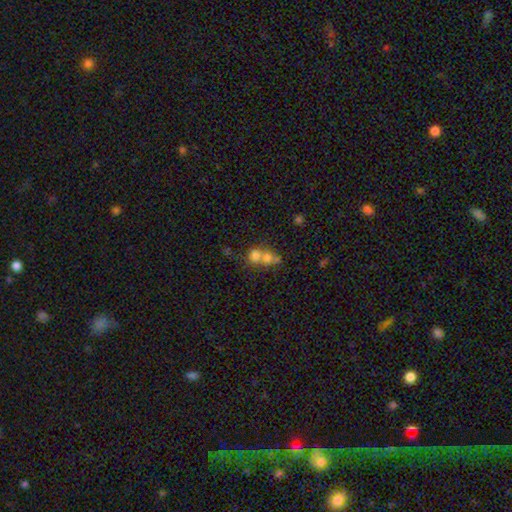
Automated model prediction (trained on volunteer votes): Overall: smooth (71%). How rounded: round (75%). Merging: merger (65%; none 27%).